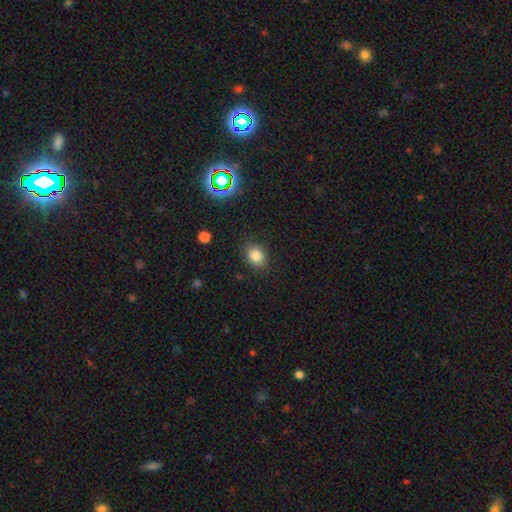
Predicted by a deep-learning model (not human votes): smooth_or_featured: smooth (p=0.83) [alt: star or artifact p=0.12]
how_rounded: in between (p=0.57) [alt: round p=0.42]
merging: none (p=0.85) [alt: minor disturbance p=0.10]